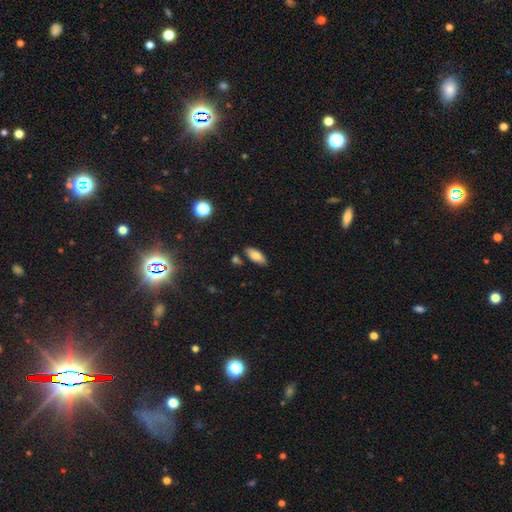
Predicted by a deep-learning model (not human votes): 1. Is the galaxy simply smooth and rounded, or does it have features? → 82% smooth, 10% featured or disk, 8% star or artifact.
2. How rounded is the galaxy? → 85% in between, 12% cigar-shaped, 2% round.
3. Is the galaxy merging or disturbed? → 82% none, 11% minor disturbance, 5% merger, 2% major disturbance.